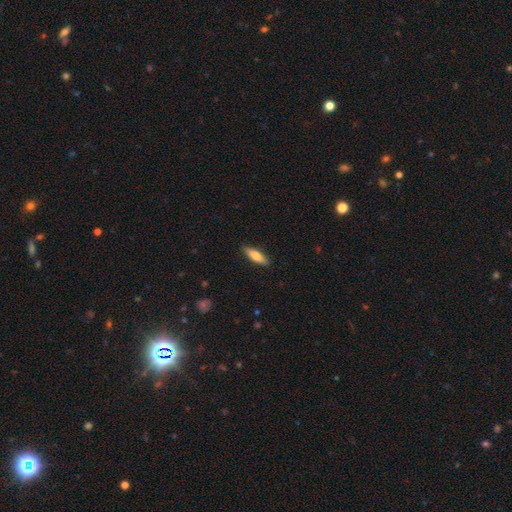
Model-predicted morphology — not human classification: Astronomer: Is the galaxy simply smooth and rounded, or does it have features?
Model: smooth — 75%.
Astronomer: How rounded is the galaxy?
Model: cigar-shaped — 54% (runner-up: in between, 44%).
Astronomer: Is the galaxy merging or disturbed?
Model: none — 89%.